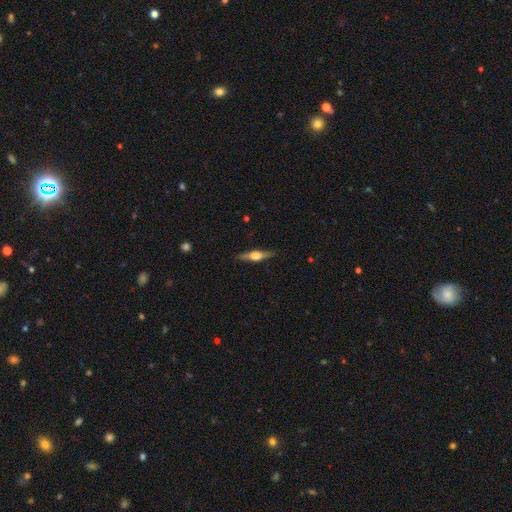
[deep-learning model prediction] A featured or disk galaxy (66%) viewed edge-on (96%) with a rounded central bulge (90%). Merging: none (87%).